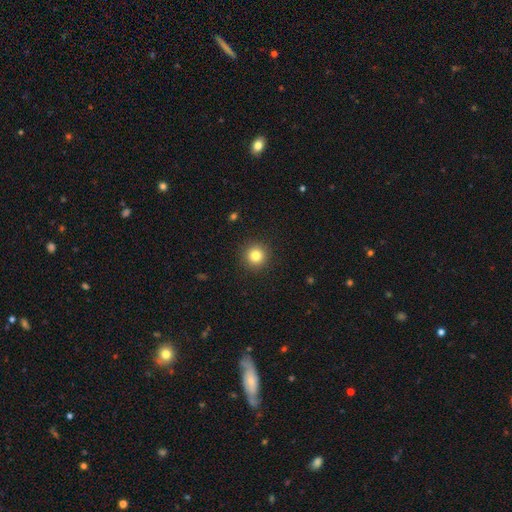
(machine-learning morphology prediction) The model was most divided on "smooth or featured": smooth: 82%, star or artifact: 12%, featured or disk: 7%. More confident: how rounded — round (95%); merging — none (92%).